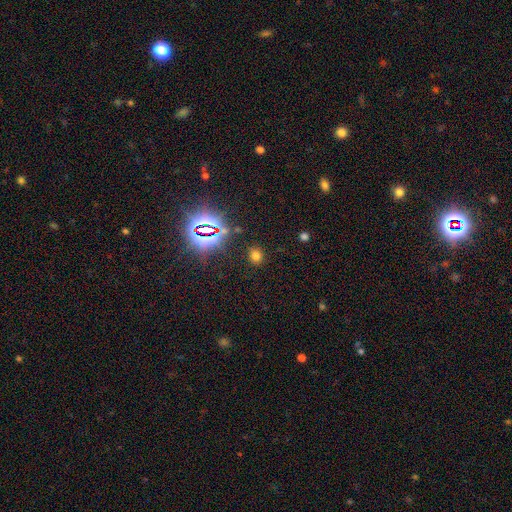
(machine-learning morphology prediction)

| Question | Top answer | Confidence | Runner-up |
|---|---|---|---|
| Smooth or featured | smooth | 62% | star or artifact (31%) |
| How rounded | round | 65% | in between (34%) |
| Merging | none | 86% | minor disturbance (8%) |